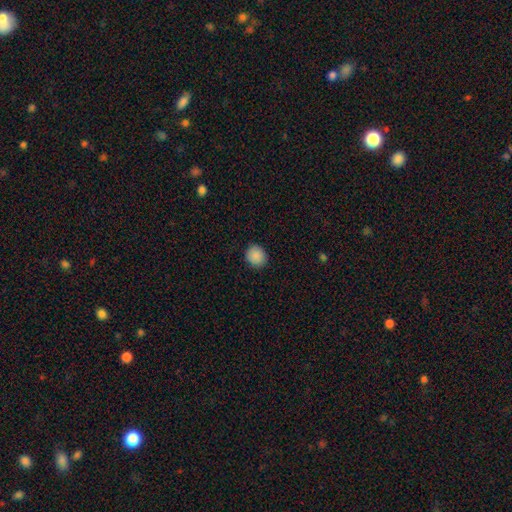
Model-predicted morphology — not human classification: smooth_or_featured: smooth (p=0.89) [alt: star or artifact p=0.08]
how_rounded: round (p=0.80) [alt: in between p=0.20]
merging: none (p=0.90) [alt: minor disturbance p=0.07]